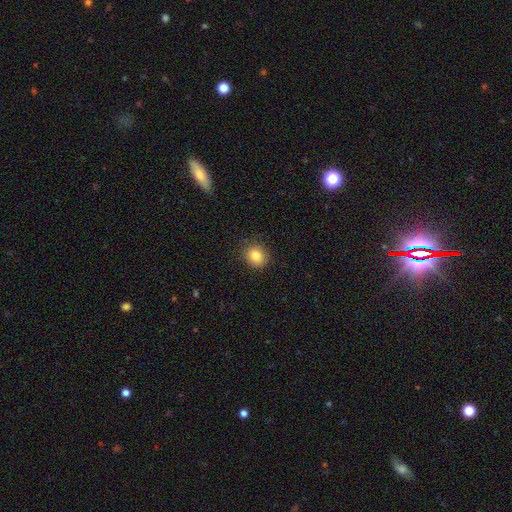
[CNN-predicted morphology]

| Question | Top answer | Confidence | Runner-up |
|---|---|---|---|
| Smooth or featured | smooth | 84% | star or artifact (10%) |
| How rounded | round | 76% | in between (23%) |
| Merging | none | 86% | minor disturbance (11%) |